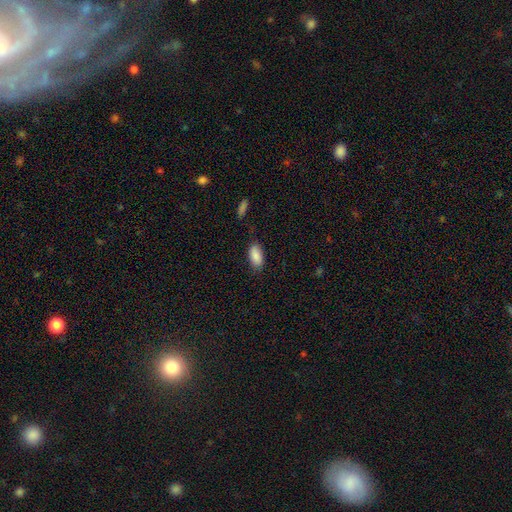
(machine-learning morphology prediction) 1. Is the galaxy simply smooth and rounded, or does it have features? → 88% smooth, 7% star or artifact, 5% featured or disk.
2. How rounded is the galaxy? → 91% in between, 6% cigar-shaped, 3% round.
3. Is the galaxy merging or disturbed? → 77% none, 17% minor disturbance, 4% major disturbance, 2% merger.